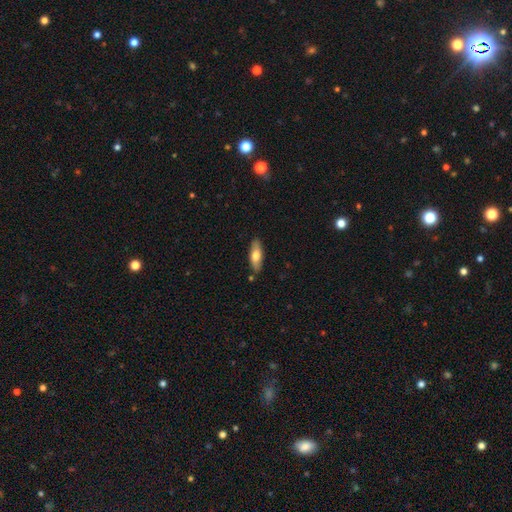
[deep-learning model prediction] Morphology: type=smooth (68%); roundness=in between (62%); merging=none (84%).